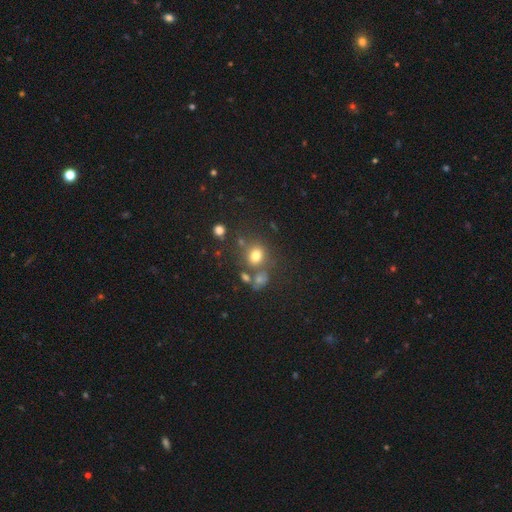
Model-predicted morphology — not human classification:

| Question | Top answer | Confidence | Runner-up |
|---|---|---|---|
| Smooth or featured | smooth | 72% | star or artifact (17%) |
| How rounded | round | 69% | in between (30%) |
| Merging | none | 62% | merger (18%) |